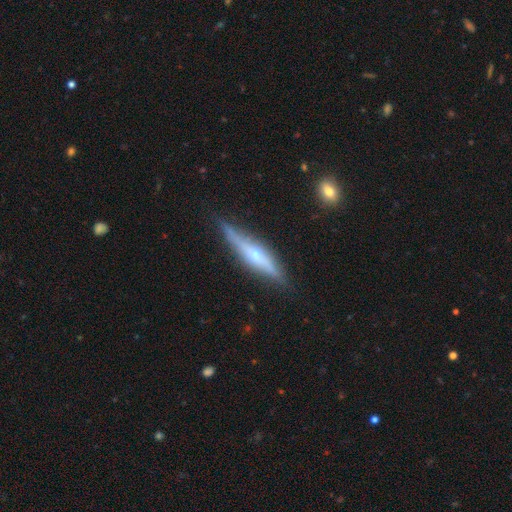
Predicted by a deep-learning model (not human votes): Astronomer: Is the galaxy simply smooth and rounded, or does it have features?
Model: featured or disk — 72%.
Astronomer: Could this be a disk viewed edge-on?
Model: yes — 94%.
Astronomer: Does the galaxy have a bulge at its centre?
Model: rounded — 81%.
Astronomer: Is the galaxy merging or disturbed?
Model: none — 80%.